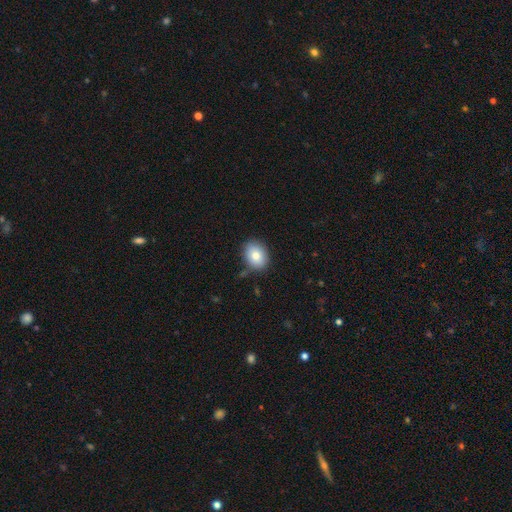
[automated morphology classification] Overall: smooth (81%). How rounded: in between (63%; round 36%). Merging: none (82%).